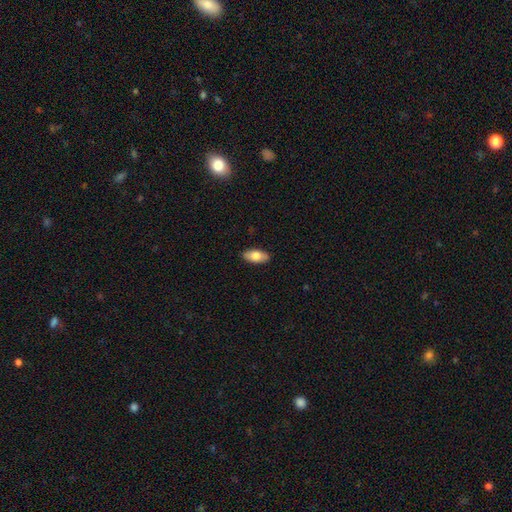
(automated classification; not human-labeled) This appears to be a smooth galaxy with no disk features (76%) that is in between round and cigar-shaped (91%). Merging: none (89%).